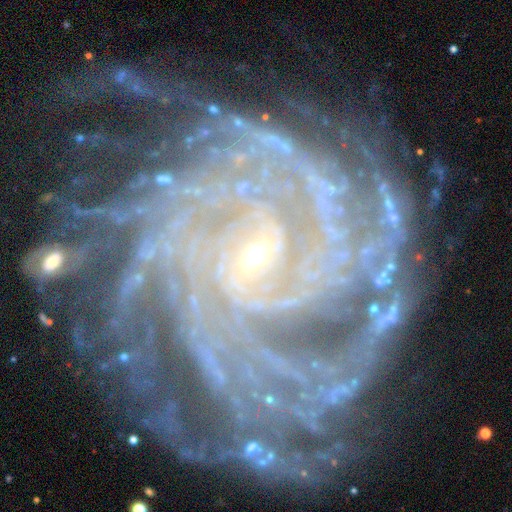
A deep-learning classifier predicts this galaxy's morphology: The model was most divided on "spiral arm count": more than 4: 26%, can't tell: 19%, 4: 18%, 3: 13%, 2: 13%, 1: 10%. Remaining: spiral arms — yes (98%); edge-on disk — no (98%); smooth or featured — featured or disk (91%); bulge size — small (79%); spiral winding — tight (72%); merging — none (64%); bar — no (45%).